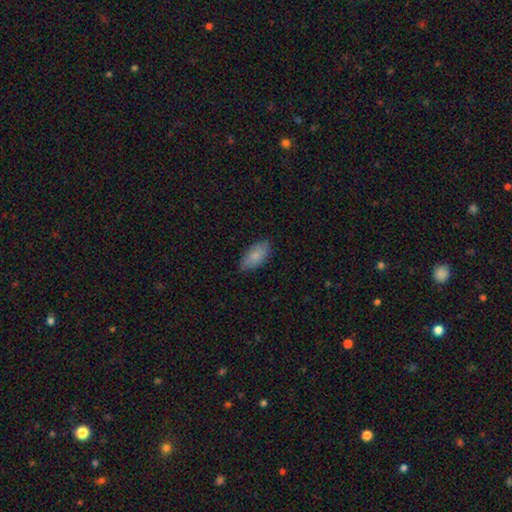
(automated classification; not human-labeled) Smooth or featured?
  - smooth: 81% *
  - featured or disk: 13%
  - star or artifact: 6%
How rounded?
  - in between: 92% *
  - cigar-shaped: 5%
  - round: 3%
Merging?
  - none: 76% *
  - minor disturbance: 20%
  - major disturbance: 3%
  - merger: 1%